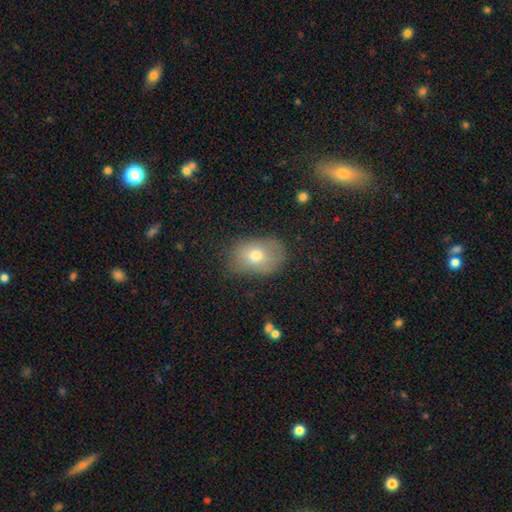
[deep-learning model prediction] Morphology: type=smooth (71%); roundness=in between (78%); merging=none (64%).